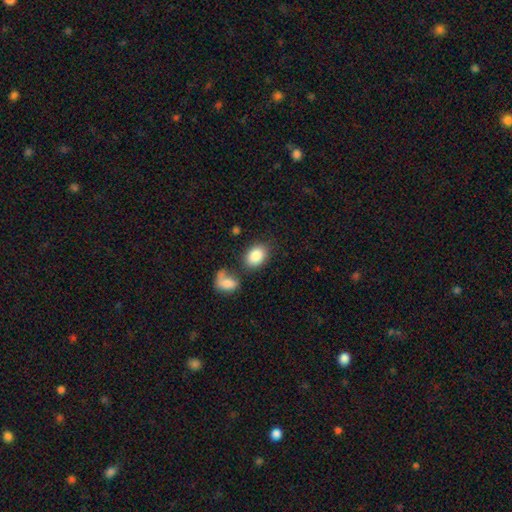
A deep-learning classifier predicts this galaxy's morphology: Q: Smooth or featured?
A: smooth (87%); runner-up: star or artifact (7%)
Q: How rounded?
A: in between (72%); runner-up: round (27%)
Q: Merging?
A: none (66%); runner-up: merger (15%)